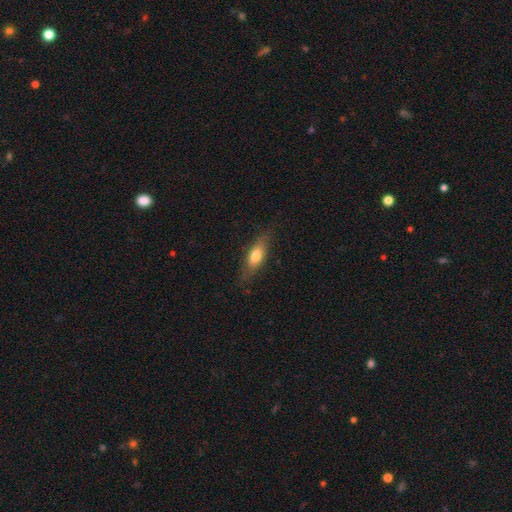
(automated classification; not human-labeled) Overall: smooth (68%). How rounded: in between (61%; cigar-shaped 35%). Merging: none (77%).